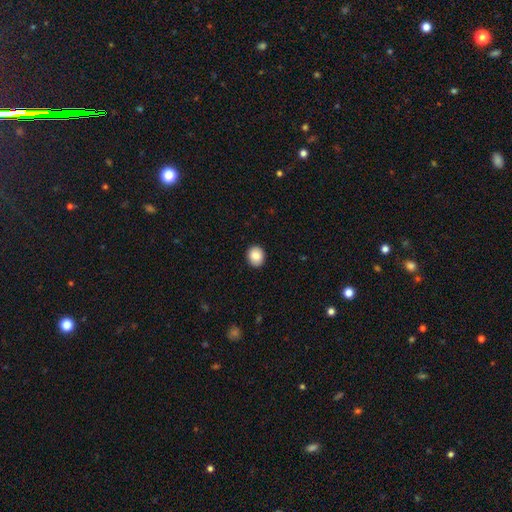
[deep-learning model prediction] A smooth galaxy with no disk features (85%) that is round (71%). Merging: none (91%).